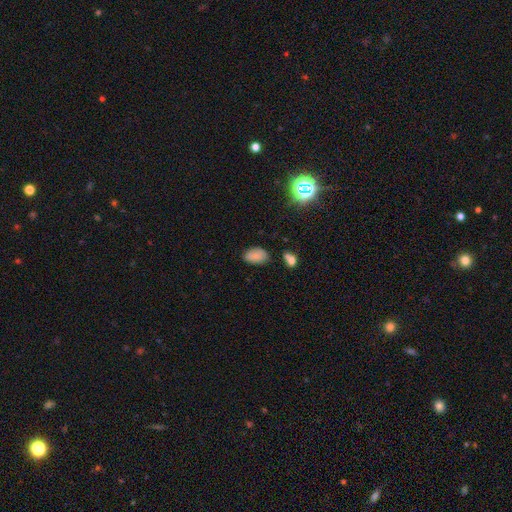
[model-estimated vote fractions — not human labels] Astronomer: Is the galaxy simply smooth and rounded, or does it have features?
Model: smooth — 82%.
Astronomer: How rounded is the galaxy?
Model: in between — 92%.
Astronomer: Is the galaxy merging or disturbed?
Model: none — 75%.